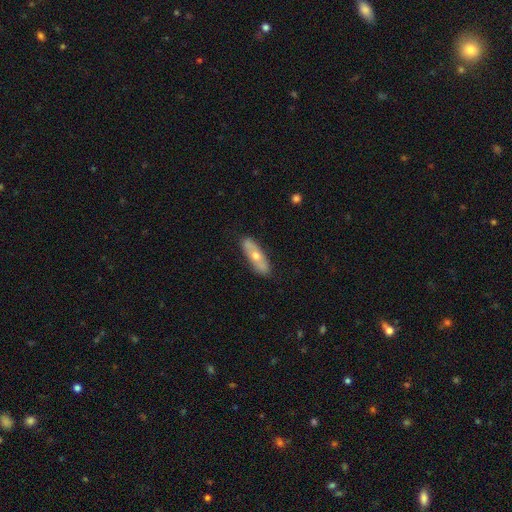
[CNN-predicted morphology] smooth-or-featured: smooth: 47% | featured or disk: 46% | star or artifact: 6%
  merging: none: 84% | minor disturbance: 12% | major disturbance: 2% | merger: 1%